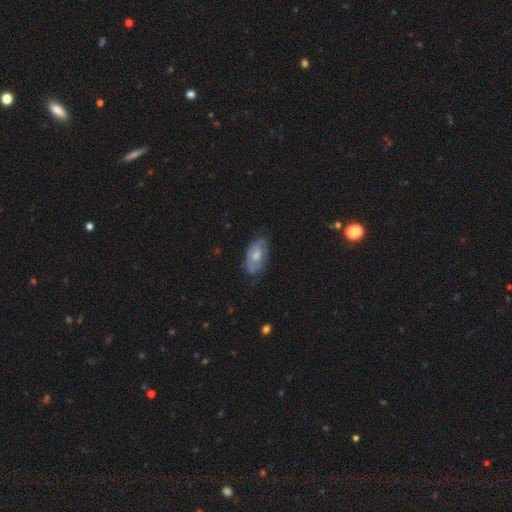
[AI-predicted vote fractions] Smooth or featured? smooth (52%)
How rounded? in between (92%)
Merging? none (63%)